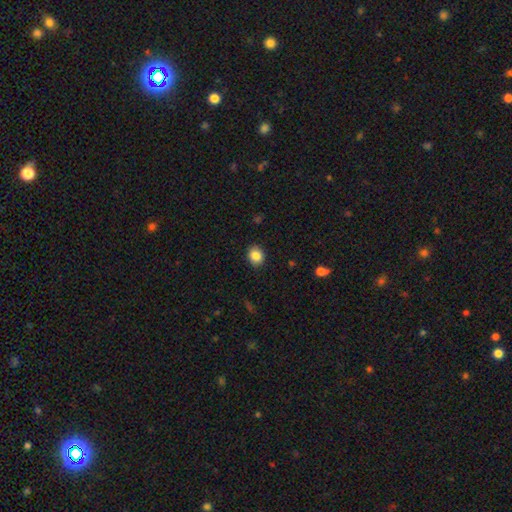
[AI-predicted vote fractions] Smooth or featured: smooth — 85% (star or artifact — 9%)
How rounded: round — 63% (in between — 36%)
Merging: none — 89% (minor disturbance — 8%)